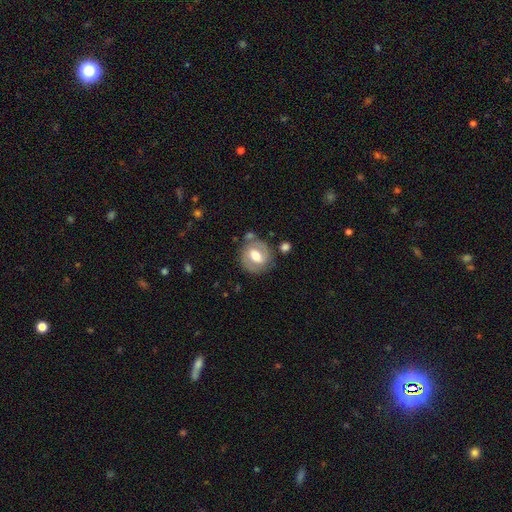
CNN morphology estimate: smooth_or_featured: featured or disk (p=0.47) [alt: smooth p=0.46]
merging: none (p=0.73) [alt: minor disturbance p=0.16]